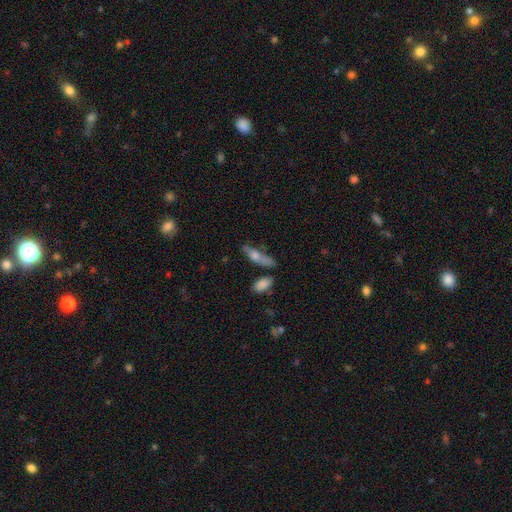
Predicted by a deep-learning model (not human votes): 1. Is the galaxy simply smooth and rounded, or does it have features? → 54% smooth, 36% featured or disk, 10% star or artifact.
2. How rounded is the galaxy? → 59% cigar-shaped, 37% in between, 4% round.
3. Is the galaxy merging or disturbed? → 58% none, 21% minor disturbance, 11% merger, 9% major disturbance.